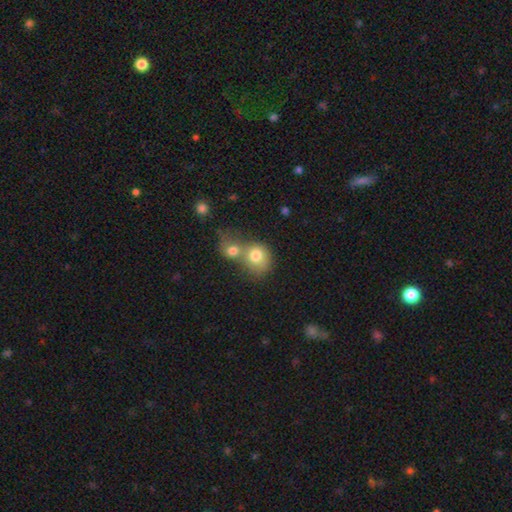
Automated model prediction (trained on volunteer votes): Smooth or featured?
  - smooth: 76% *
  - featured or disk: 14%
  - star or artifact: 10%
How rounded?
  - round: 72% *
  - in between: 27%
  - cigar-shaped: 1%
Merging?
  - merger: 67% *
  - none: 22%
  - minor disturbance: 7%
  - major disturbance: 4%